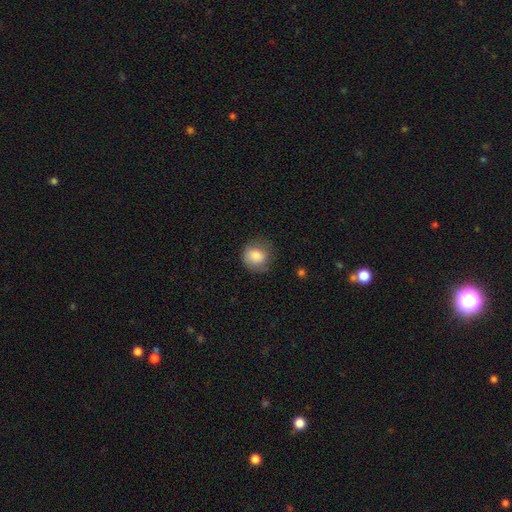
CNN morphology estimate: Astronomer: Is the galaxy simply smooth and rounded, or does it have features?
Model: smooth — 81%.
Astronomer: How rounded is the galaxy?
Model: round — 78%.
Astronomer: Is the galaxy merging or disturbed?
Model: none — 64%.